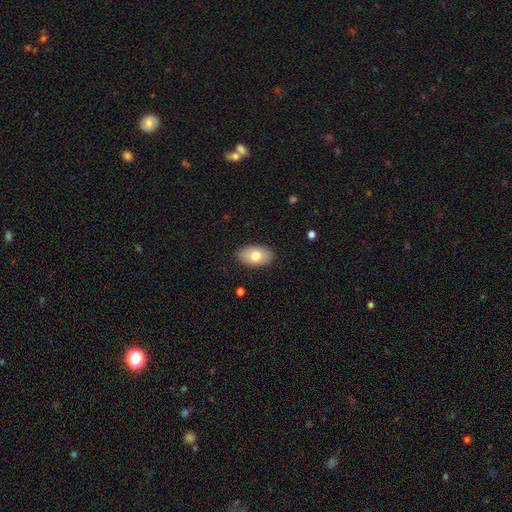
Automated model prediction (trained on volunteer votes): smooth_or_featured: smooth (p=0.75) [alt: featured or disk p=0.18]
how_rounded: in between (p=0.92) [alt: round p=0.06]
merging: none (p=0.86) [alt: minor disturbance p=0.11]